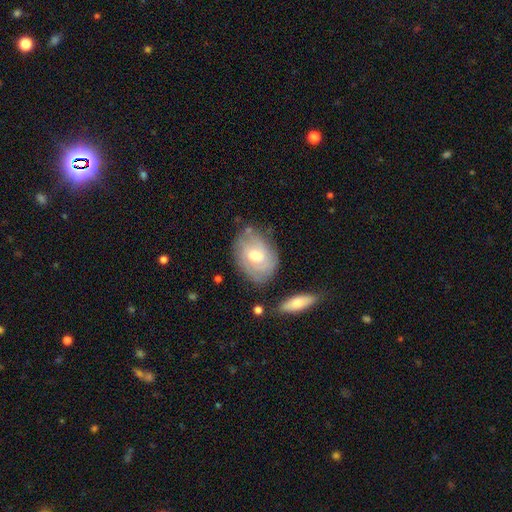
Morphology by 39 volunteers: This appears to be a featured or disk galaxy (72%) with no bar (67%), tight (52%) spiral arms (78%) and a moderate central bulge (85%). Merging: none (76%).